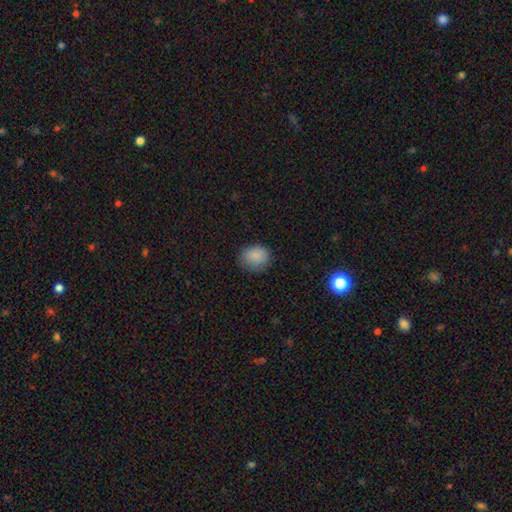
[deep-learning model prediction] Overall: smooth (87%). How rounded: round (73%). Merging: none (81%).